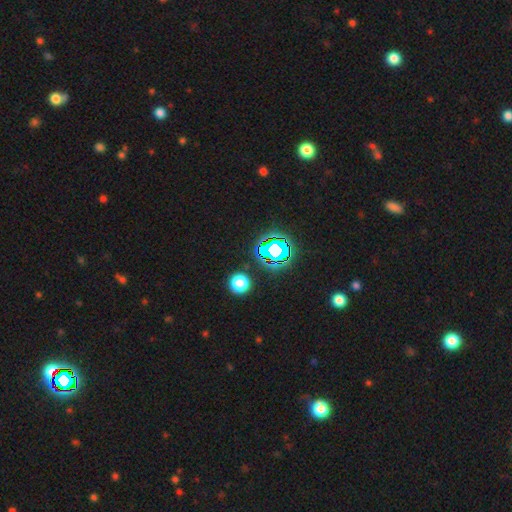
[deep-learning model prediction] Smooth or featured?
  - star or artifact: 80% *
  - smooth: 13%
  - featured or disk: 8%